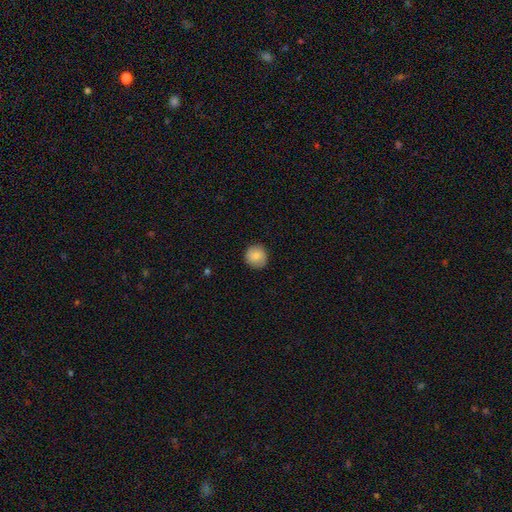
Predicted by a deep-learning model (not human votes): Overall: smooth (84%). How rounded: round (91%). Merging: none (88%).